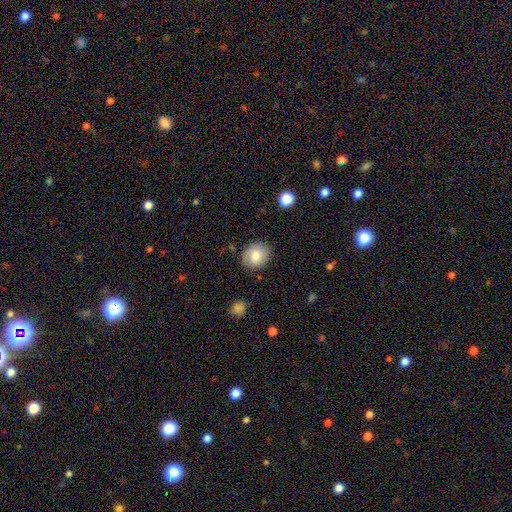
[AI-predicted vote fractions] Overall: smooth (78%). How rounded: round (69%; in between 30%). Merging: none (83%).